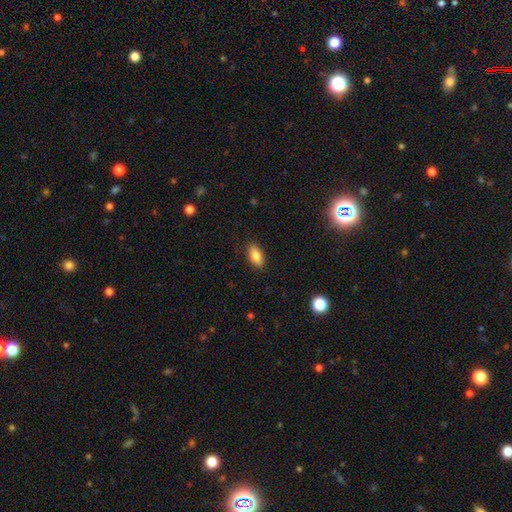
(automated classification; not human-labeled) This appears to be a smooth galaxy with no disk features (84%) that is in between round and cigar-shaped (90%). Merging: none (87%).